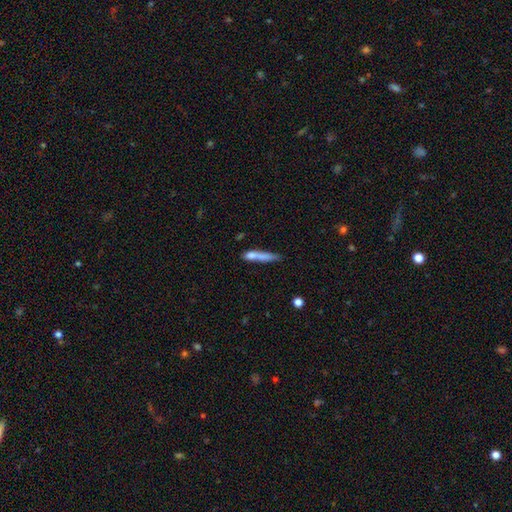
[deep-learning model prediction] A smooth galaxy with no disk features (72%) that is cigar-shaped (86%). Merging: none (51%).